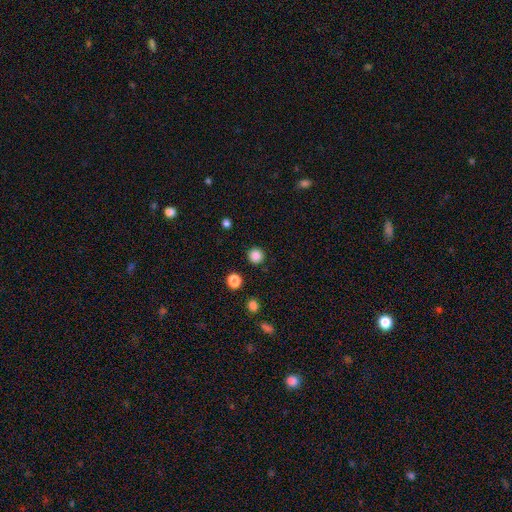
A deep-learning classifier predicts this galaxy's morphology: Smooth or featured? smooth (85%)
How rounded? round (96%)
Merging? none (92%)